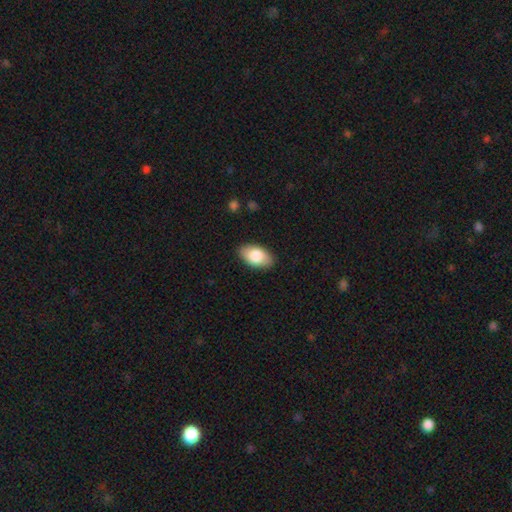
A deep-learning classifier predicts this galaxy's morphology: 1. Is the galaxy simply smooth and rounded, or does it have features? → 84% smooth, 10% featured or disk, 6% star or artifact.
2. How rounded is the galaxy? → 94% in between, 4% round, 2% cigar-shaped.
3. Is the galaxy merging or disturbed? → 87% none, 10% minor disturbance, 2% major disturbance, 1% merger.